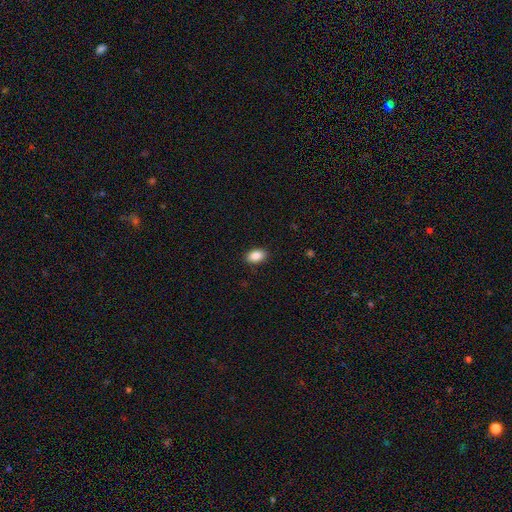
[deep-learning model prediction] A smooth galaxy with no disk features (89%) that is in between round and cigar-shaped (89%).

Vote fractions:
- Smooth or featured? smooth: 89% / star or artifact: 8% / featured or disk: 4%
- How rounded? in between: 89% / round: 10% / cigar-shaped: 1%
- Merging? none: 89% / minor disturbance: 8% / major disturbance: 2% / merger: 1%